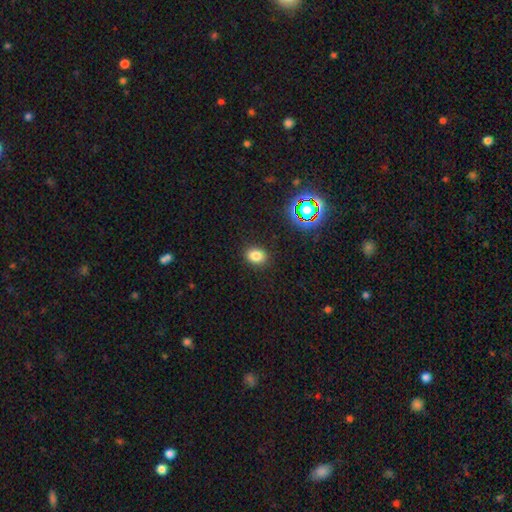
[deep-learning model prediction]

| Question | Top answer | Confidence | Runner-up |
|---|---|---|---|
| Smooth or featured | smooth | 80% | star or artifact (14%) |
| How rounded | in between | 64% | round (35%) |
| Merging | none | 88% | minor disturbance (8%) |